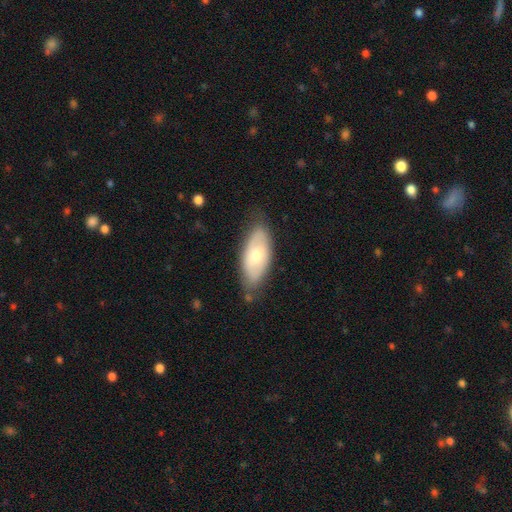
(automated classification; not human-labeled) Morphology: type=smooth (57%); roundness=in between (89%); merging=none (73%).